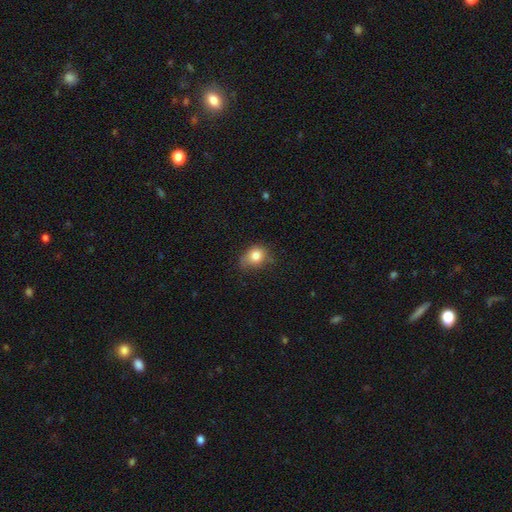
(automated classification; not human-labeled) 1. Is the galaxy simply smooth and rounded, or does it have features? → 80% smooth, 10% star or artifact, 10% featured or disk.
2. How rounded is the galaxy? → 50% in between, 49% round, 1% cigar-shaped.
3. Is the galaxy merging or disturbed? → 49% none, 37% minor disturbance, 12% major disturbance, 2% merger.